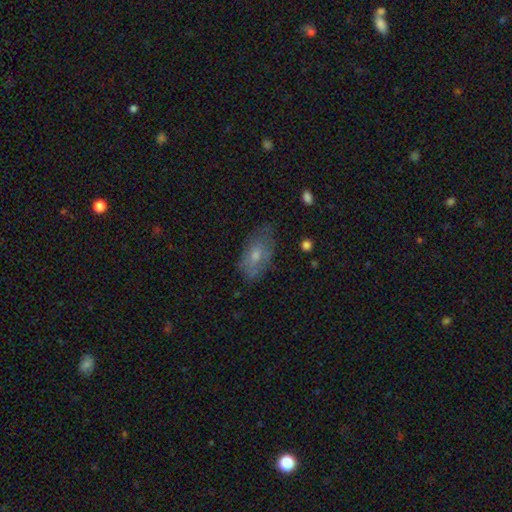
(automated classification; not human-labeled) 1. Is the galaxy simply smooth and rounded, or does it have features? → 62% smooth, 30% featured or disk, 8% star or artifact.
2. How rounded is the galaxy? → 90% in between, 6% round, 4% cigar-shaped.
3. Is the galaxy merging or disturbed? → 63% none, 27% minor disturbance, 8% major disturbance, 2% merger.